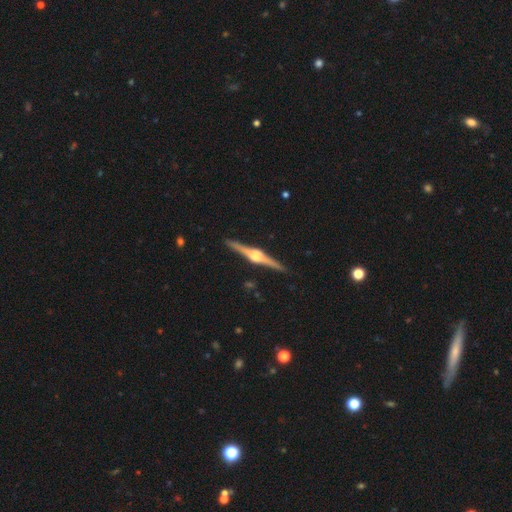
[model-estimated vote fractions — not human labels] Smooth or featured? Predicted: featured or disk (p=0.88). Edge-on disk? Predicted: yes (p=0.99). Edge-on bulge? Predicted: rounded (p=0.93). Merging? Predicted: none (p=0.92).